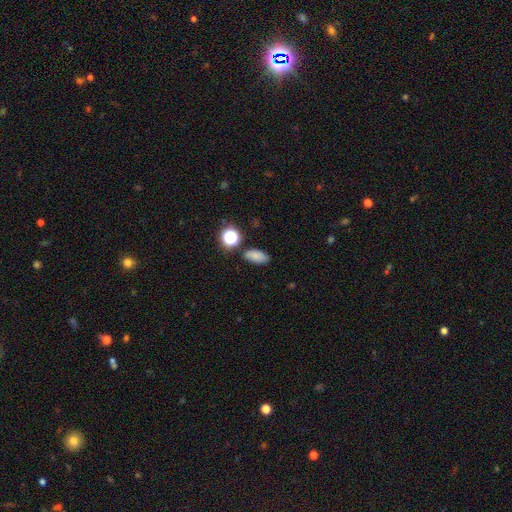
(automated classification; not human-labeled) A smooth galaxy with no disk features (80%) that is in between round and cigar-shaped (87%).

Vote fractions:
- Smooth or featured? smooth: 80% / star or artifact: 14% / featured or disk: 6%
- How rounded? in between: 87% / round: 9% / cigar-shaped: 4%
- Merging? none: 81% / minor disturbance: 12% / merger: 4% / major disturbance: 3%